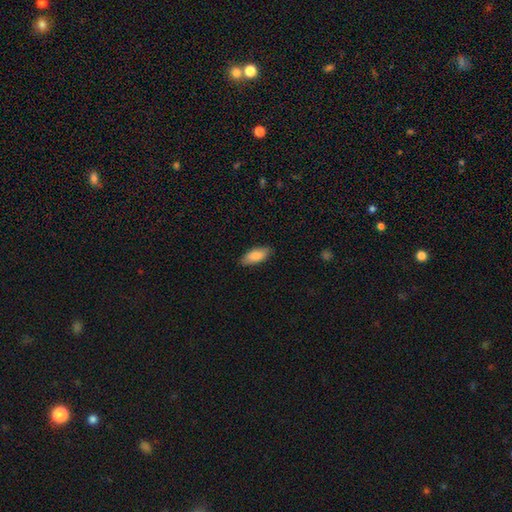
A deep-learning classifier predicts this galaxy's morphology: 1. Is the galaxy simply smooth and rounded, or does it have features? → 85% smooth, 9% featured or disk, 6% star or artifact.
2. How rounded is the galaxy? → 82% in between, 16% cigar-shaped, 2% round.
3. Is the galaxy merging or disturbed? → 86% none, 11% minor disturbance, 2% major disturbance, 1% merger.